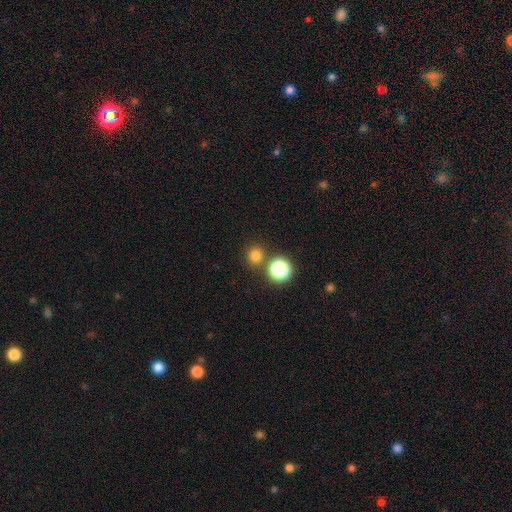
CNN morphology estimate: smooth_or_featured: smooth (p=0.75) [alt: star or artifact p=0.20]
how_rounded: round (p=0.90) [alt: in between p=0.09]
merging: none (p=0.78) [alt: merger p=0.12]